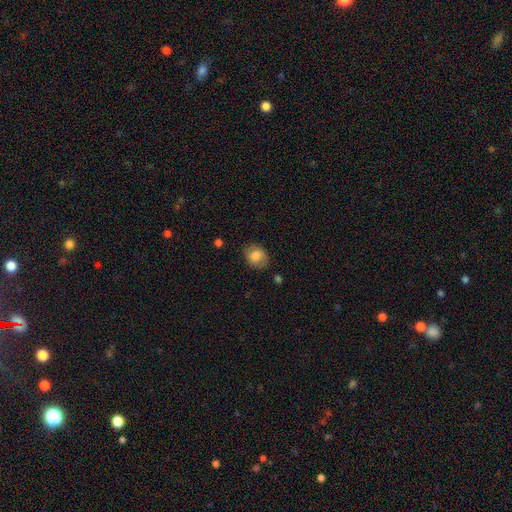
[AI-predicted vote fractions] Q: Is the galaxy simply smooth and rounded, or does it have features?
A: smooth — 79%.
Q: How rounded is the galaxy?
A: round — 50%.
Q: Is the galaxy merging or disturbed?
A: none — 78%.